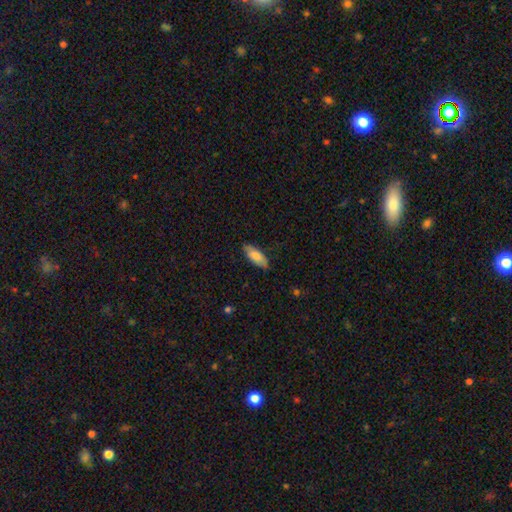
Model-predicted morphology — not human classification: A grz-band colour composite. It shows a smooth galaxy with no disk features (79%) that is in between round and cigar-shaped (72%). Merging: none (81%).